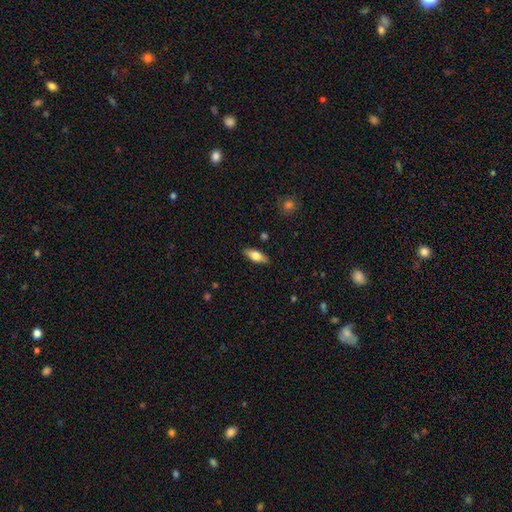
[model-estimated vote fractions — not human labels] This is likely a smooth galaxy (62%). How rounded: likely in between (70%). Merging: clearly none (86%).